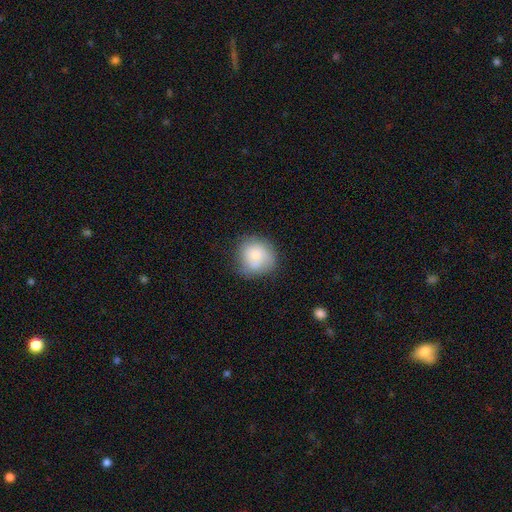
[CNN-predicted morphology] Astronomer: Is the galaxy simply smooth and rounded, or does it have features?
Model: smooth — 72%.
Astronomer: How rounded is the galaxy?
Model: round — 88%.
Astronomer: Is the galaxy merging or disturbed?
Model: none — 63%.